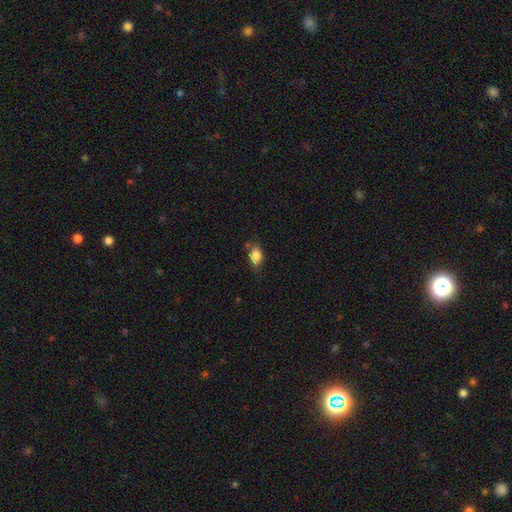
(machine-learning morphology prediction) The model was most divided on "merging": none: 69%, minor disturbance: 22%, merger: 5%, major disturbance: 4%. More confident: how rounded — in between (84%); smooth or featured — smooth (83%).